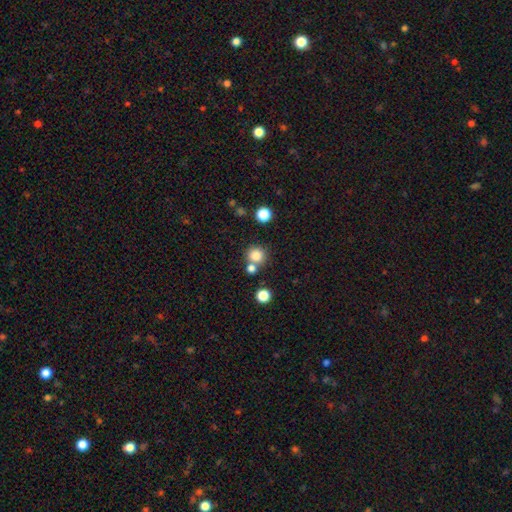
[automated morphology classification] A smooth galaxy with no disk features (81%) that is round (91%).

Vote fractions:
- Smooth or featured? smooth: 81% / star or artifact: 13% / featured or disk: 6%
- How rounded? round: 91% / in between: 8% / cigar-shaped: 1%
- Merging? none: 67% / merger: 22% / minor disturbance: 8% / major disturbance: 3%